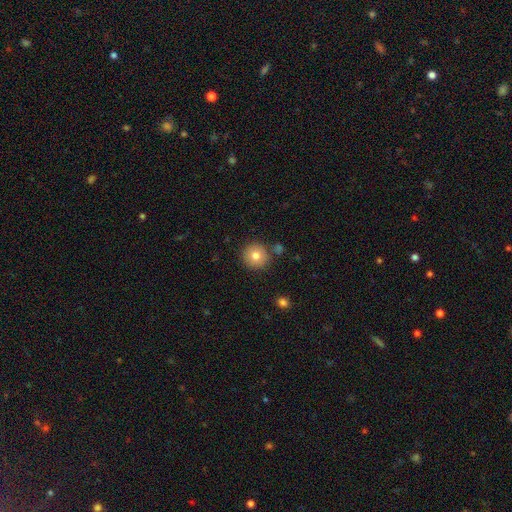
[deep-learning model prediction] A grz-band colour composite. It shows a smooth galaxy with no disk features (79%) that is round (94%). Merging: none (85%).